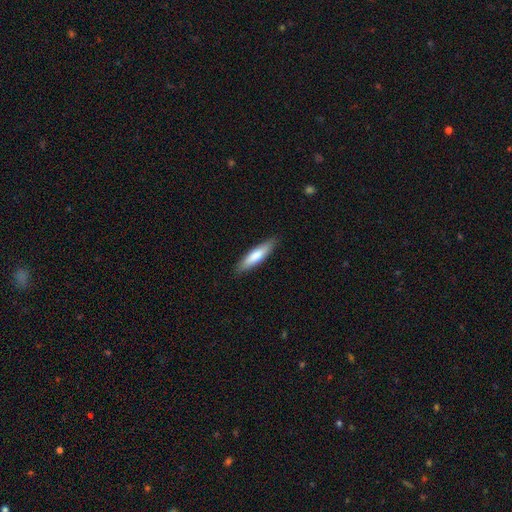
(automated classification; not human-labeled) smooth-or-featured: smooth: 77% | featured or disk: 18% | star or artifact: 5%
  how-rounded: cigar-shaped: 75% | in between: 24% | round: 1%
  merging: none: 87% | minor disturbance: 10% | major disturbance: 2% | merger: 1%